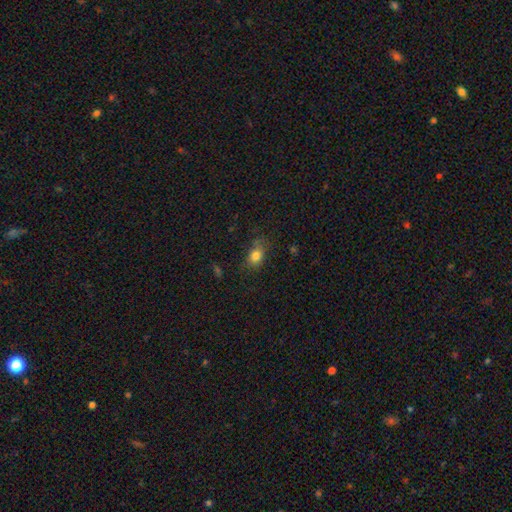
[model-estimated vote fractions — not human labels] Morphology: type=smooth (81%); roundness=in between (69%); merging=none (69%).